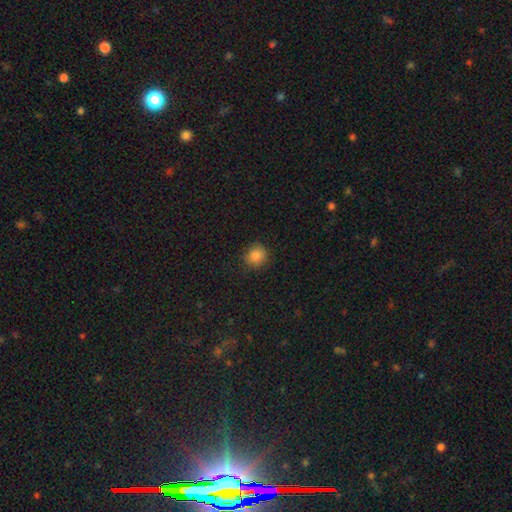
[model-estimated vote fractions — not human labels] Smooth or featured: smooth — 86% (star or artifact — 10%)
How rounded: round — 85% (in between — 14%)
Merging: none — 85% (minor disturbance — 11%)